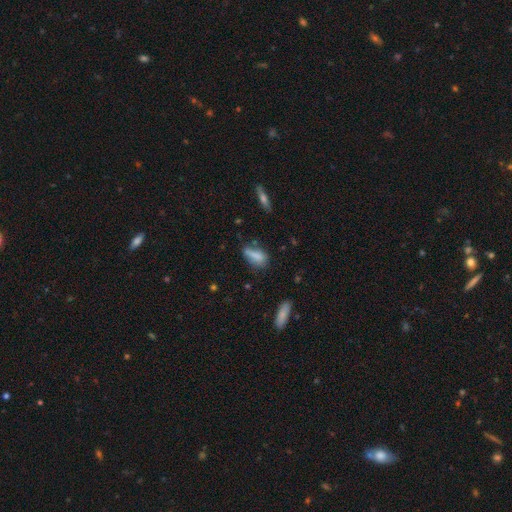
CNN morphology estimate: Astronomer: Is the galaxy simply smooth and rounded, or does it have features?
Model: smooth — 74%.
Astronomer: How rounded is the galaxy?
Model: in between — 68%.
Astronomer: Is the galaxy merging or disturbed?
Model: none — 51% (runner-up: minor disturbance, 29%).